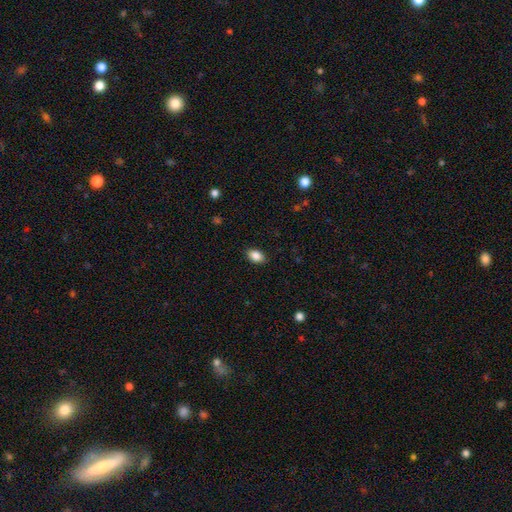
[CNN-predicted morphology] The model was most divided on "how rounded": in between: 88%, round: 11%, cigar-shaped: 2%. More confident: merging — none (88%); smooth or featured — smooth (87%).